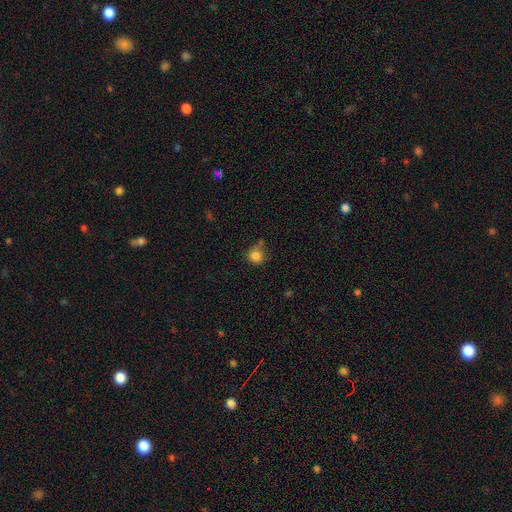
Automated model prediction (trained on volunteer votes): smooth 83%, star or artifact 11%, featured or disk 6%. Down the decision tree: how rounded — round (88%); merging — none (61%).